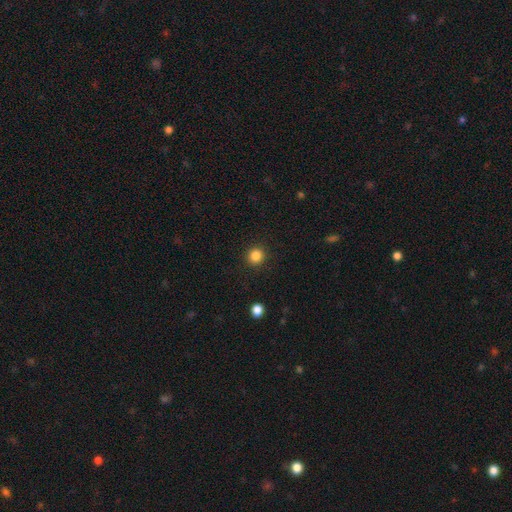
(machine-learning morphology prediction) Smooth or featured? Predicted: smooth (p=0.85). How rounded? Predicted: round (p=0.91). Merging? Predicted: none (p=0.91).